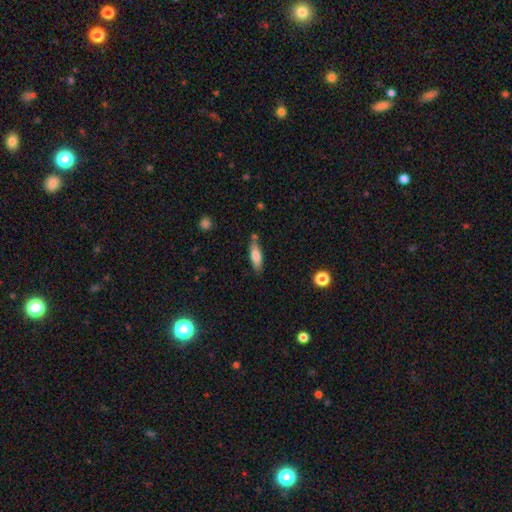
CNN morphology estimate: type=smooth (72%); roundness=in between (52%); merging=none (73%).